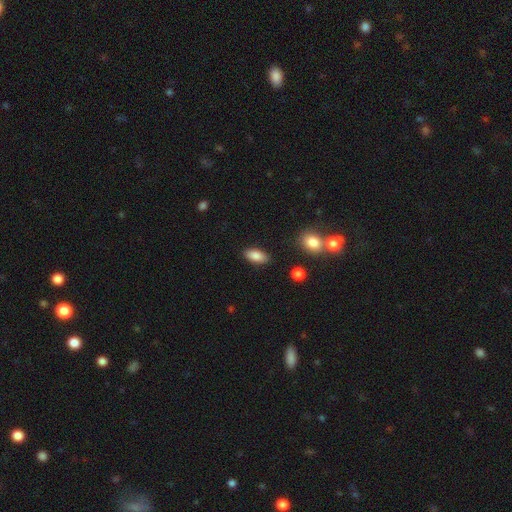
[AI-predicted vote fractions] Smooth or featured? smooth (86%)
How rounded? in between (88%)
Merging? none (87%)